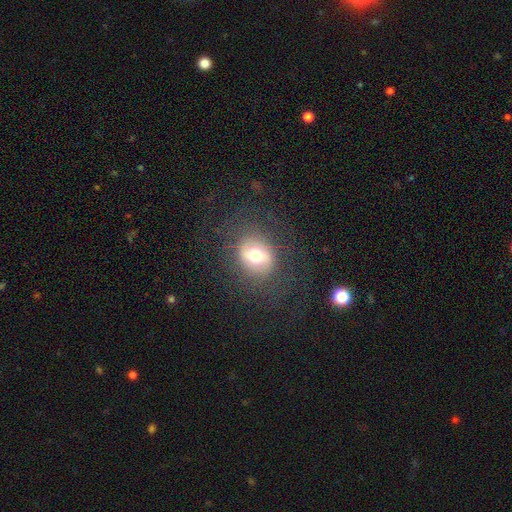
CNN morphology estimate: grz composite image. It shows a smooth galaxy with no disk features (53%) that is round (63%). Merging: none (74%).